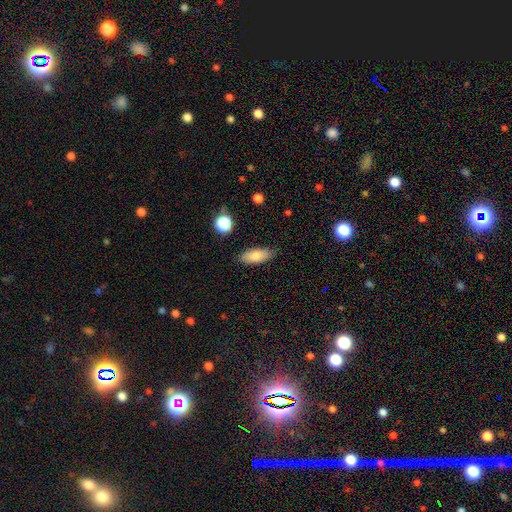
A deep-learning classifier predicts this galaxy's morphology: Smooth or featured: smooth — 80% (featured or disk — 12%)
How rounded: in between — 80% (cigar-shaped — 17%)
Merging: none — 82% (minor disturbance — 14%)